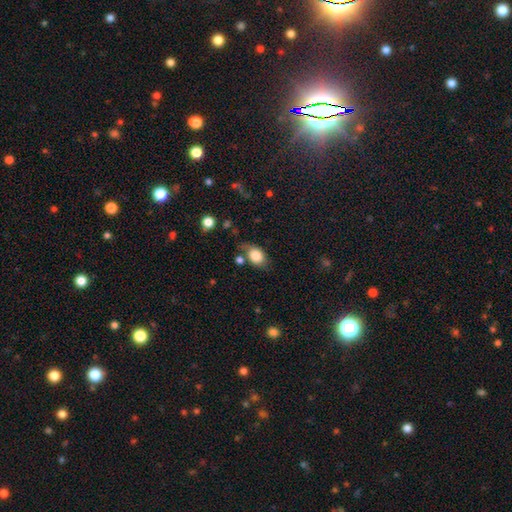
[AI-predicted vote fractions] Smooth or featured? Predicted: smooth (p=0.82). How rounded? Predicted: in between (p=0.77). Merging? Predicted: none (p=0.56).